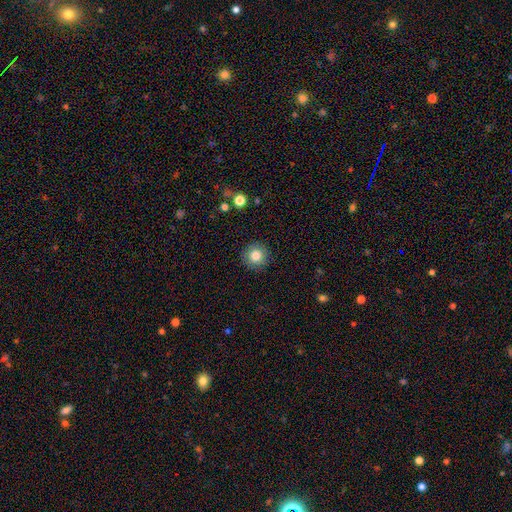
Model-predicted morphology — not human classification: Smooth or featured?
  - smooth: 82% *
  - star or artifact: 10%
  - featured or disk: 8%
How rounded?
  - round: 95% *
  - in between: 4%
  - cigar-shaped: 1%
Merging?
  - none: 91% *
  - minor disturbance: 6%
  - major disturbance: 2%
  - merger: 1%